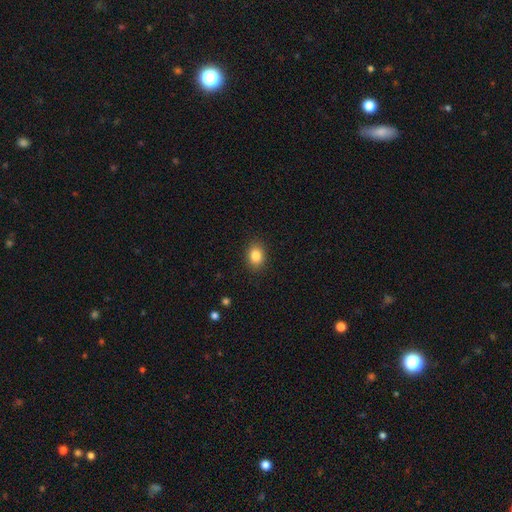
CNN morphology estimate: type=smooth (84%); roundness=in between (66%); merging=none (89%).